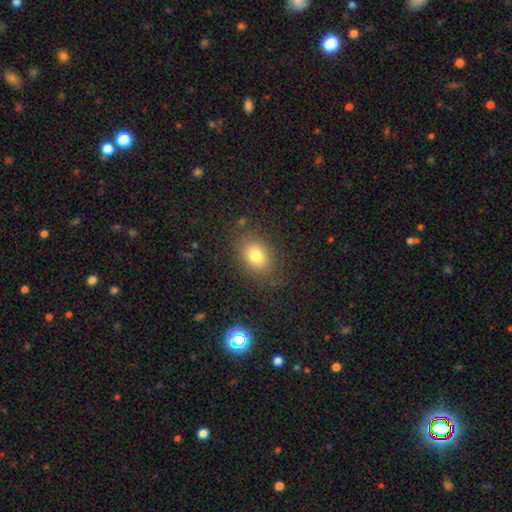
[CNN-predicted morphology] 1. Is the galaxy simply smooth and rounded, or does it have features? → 78% smooth, 11% star or artifact, 11% featured or disk.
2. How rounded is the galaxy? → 74% in between, 25% round, 1% cigar-shaped.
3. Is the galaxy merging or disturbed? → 82% none, 12% minor disturbance, 5% major disturbance, 2% merger.